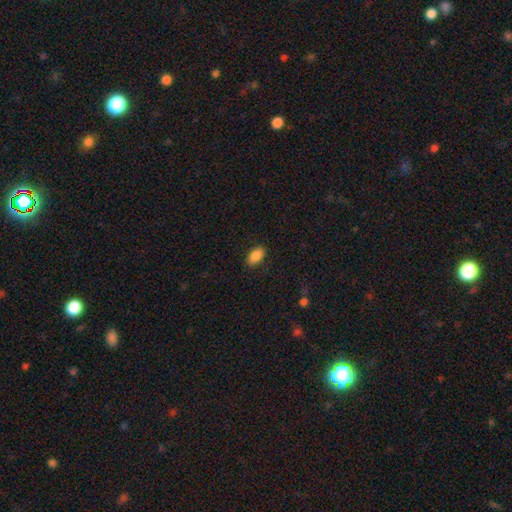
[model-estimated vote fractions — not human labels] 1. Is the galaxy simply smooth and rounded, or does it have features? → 88% smooth, 8% star or artifact, 5% featured or disk.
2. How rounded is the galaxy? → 92% in between, 4% cigar-shaped, 4% round.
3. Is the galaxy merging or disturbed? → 87% none, 10% minor disturbance, 2% major disturbance, 1% merger.